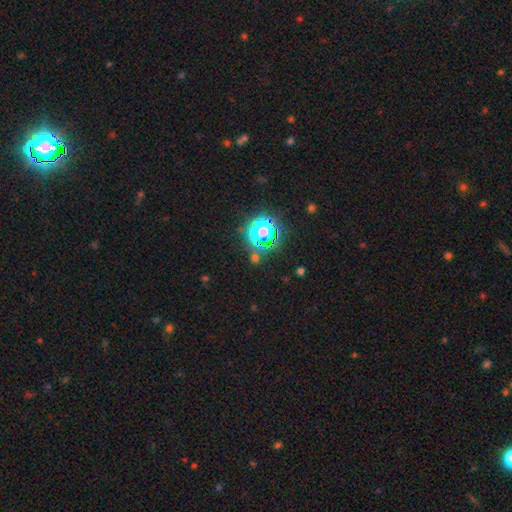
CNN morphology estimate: A star or artifact, not a galaxy (59%).

Vote fractions:
- Smooth or featured? star or artifact: 59% / smooth: 33% / featured or disk: 8%